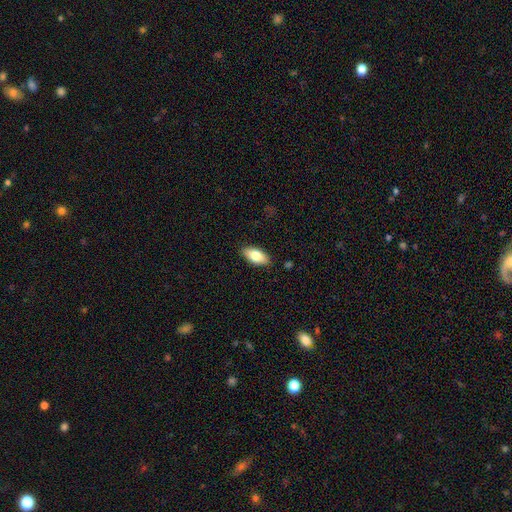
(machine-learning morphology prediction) The model was most divided on "smooth or featured": smooth: 78%, featured or disk: 16%, star or artifact: 6%. More confident: how rounded — in between (90%); merging — none (87%).